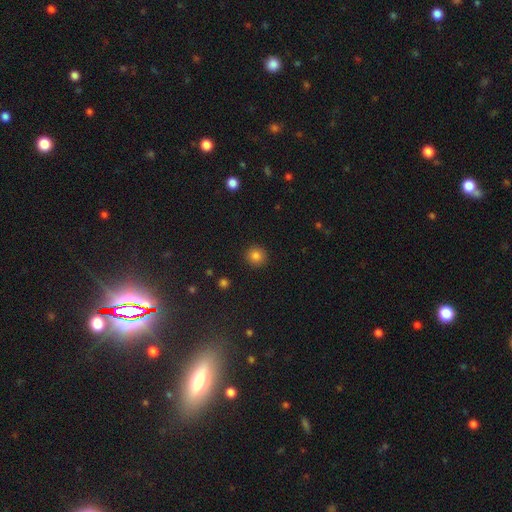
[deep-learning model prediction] Overall: smooth (83%). How rounded: round (93%). Merging: none (92%).